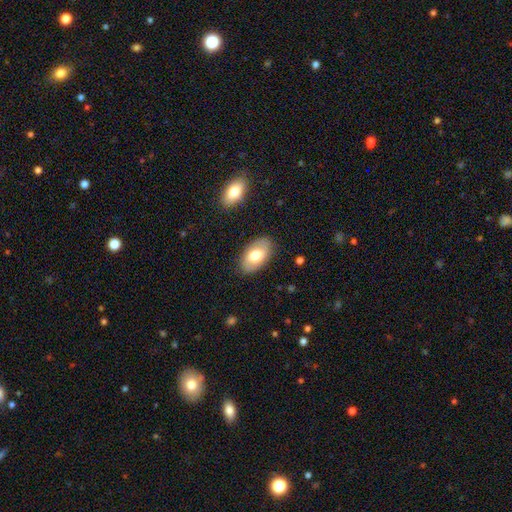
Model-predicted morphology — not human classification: Q: Smooth or featured?
A: smooth (66%); runner-up: featured or disk (28%)
Q: How rounded?
A: in between (94%); runner-up: round (5%)
Q: Merging?
A: none (85%); runner-up: minor disturbance (11%)